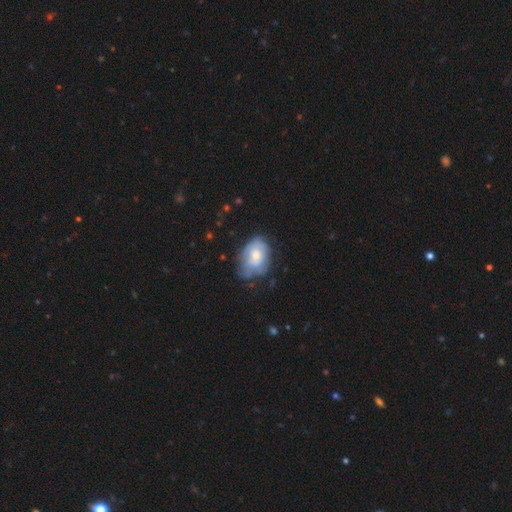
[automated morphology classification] smooth-or-featured: smooth: 52% | featured or disk: 41% | star or artifact: 7%
  how-rounded: in between: 72% | round: 27% | cigar-shaped: 1%
  merging: none: 46% | minor disturbance: 33% | major disturbance: 18% | merger: 3%